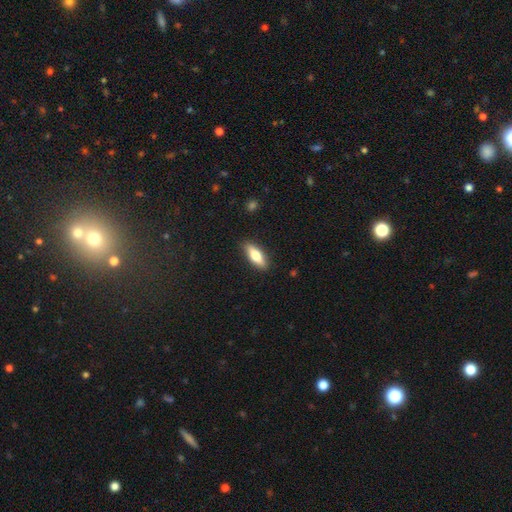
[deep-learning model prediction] Smooth or featured? Predicted: smooth (p=0.65). How rounded? Predicted: in between (p=0.55). Merging? Predicted: none (p=0.88).